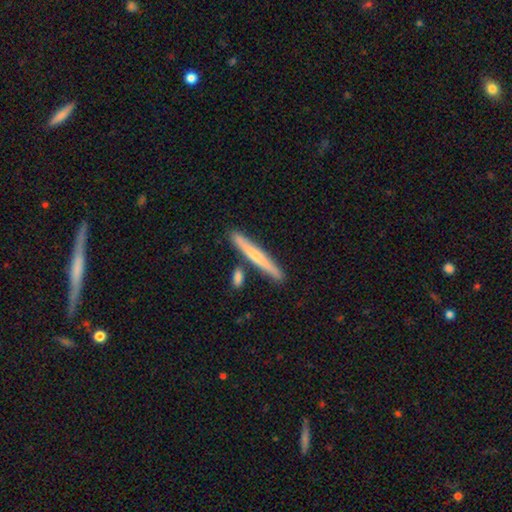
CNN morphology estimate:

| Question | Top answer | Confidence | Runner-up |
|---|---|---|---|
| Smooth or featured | smooth | 50% | featured or disk (45%) |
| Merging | none | 81% | minor disturbance (9%) |